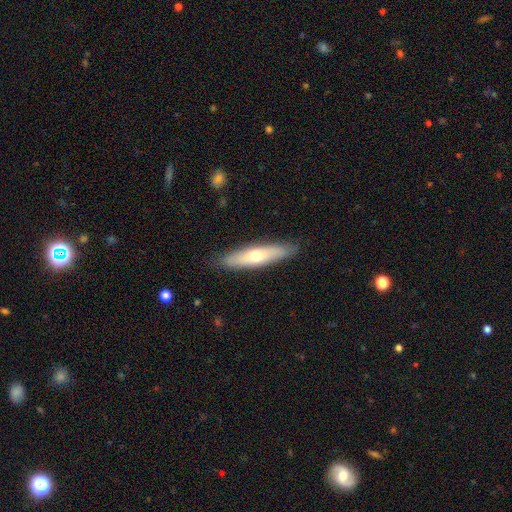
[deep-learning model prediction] Smooth or featured? Predicted: smooth (p=0.52). How rounded? Predicted: cigar-shaped (p=0.73). Merging? Predicted: none (p=0.88).